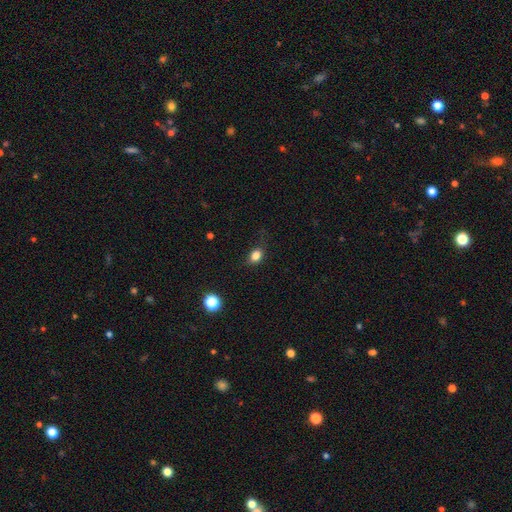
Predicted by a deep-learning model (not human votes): smooth_or_featured: smooth (p=0.82) [alt: star or artifact p=0.12]
how_rounded: in between (p=0.58) [alt: round p=0.40]
merging: none (p=0.68) [alt: minor disturbance p=0.23]